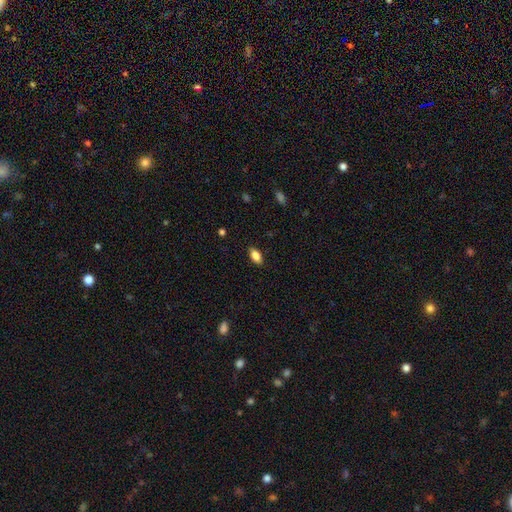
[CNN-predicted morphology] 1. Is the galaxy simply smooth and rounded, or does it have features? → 86% smooth, 8% star or artifact, 6% featured or disk.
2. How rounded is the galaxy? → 91% in between, 5% round, 4% cigar-shaped.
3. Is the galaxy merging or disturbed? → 87% none, 9% minor disturbance, 2% major disturbance, 1% merger.